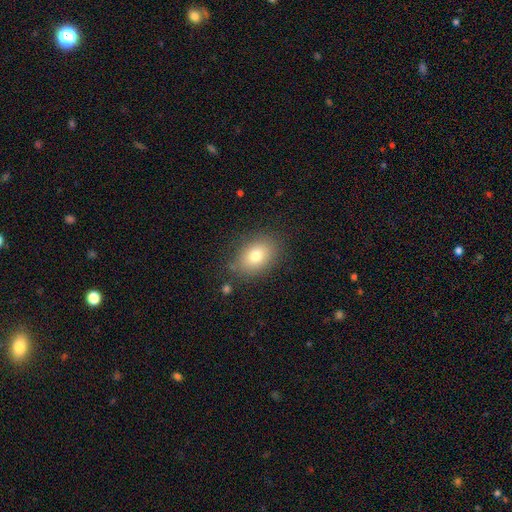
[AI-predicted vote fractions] smooth_or_featured: smooth (p=0.76) [alt: featured or disk p=0.14]
how_rounded: in between (p=0.78) [alt: round p=0.21]
merging: none (p=0.82) [alt: minor disturbance p=0.12]